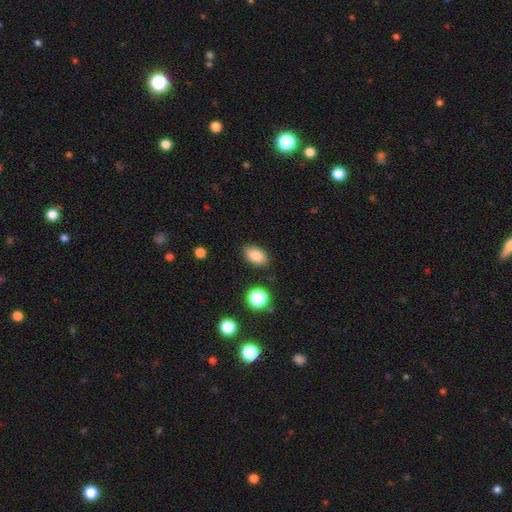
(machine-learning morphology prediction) A smooth galaxy with no disk features (83%) that is in between round and cigar-shaped (89%). Merging: none (86%).